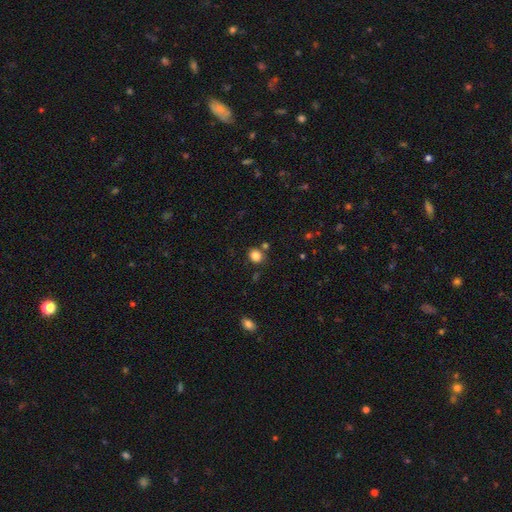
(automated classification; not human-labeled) smooth_or_featured: smooth (p=0.83) [alt: star or artifact p=0.11]
how_rounded: round (p=0.69) [alt: in between p=0.30]
merging: none (p=0.77) [alt: minor disturbance p=0.11]